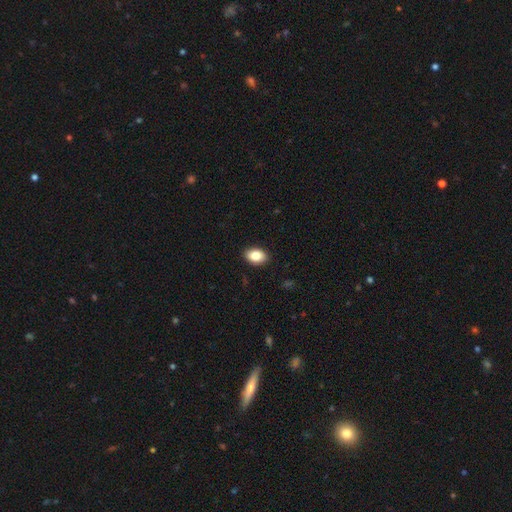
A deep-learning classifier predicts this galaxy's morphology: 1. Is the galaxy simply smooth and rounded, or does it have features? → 85% smooth, 7% featured or disk, 7% star or artifact.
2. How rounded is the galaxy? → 85% in between, 13% round, 1% cigar-shaped.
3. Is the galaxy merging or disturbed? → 90% none, 7% minor disturbance, 2% major disturbance, 1% merger.